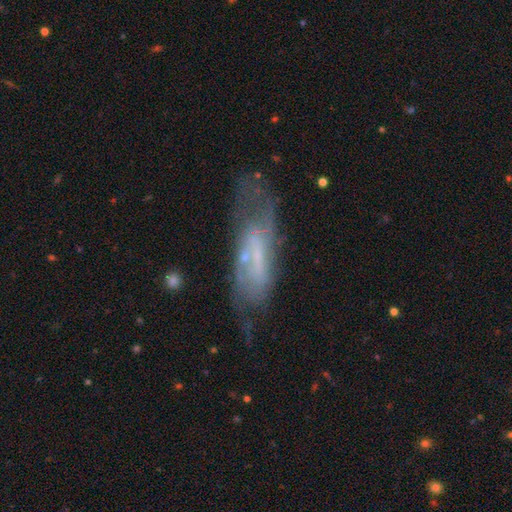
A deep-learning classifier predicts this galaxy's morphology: This appears to be a featured or disk galaxy (67%) with a weak bar (38%), spiral arms (69%) and a small central bulge (44%). Merging: none (54%).